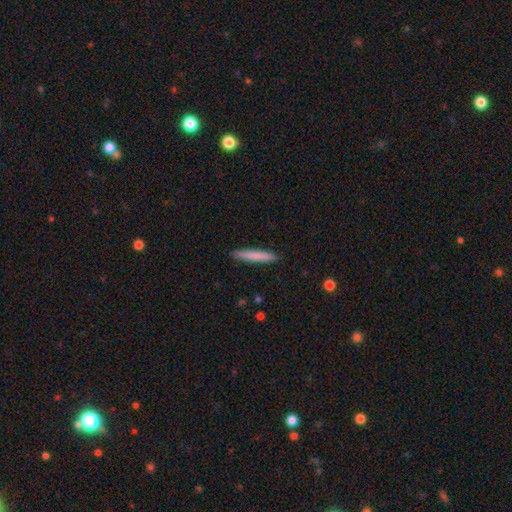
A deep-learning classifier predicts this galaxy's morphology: Q: Smooth or featured?
A: smooth (77%); runner-up: featured or disk (17%)
Q: How rounded?
A: cigar-shaped (95%); runner-up: in between (4%)
Q: Merging?
A: none (91%); runner-up: minor disturbance (7%)